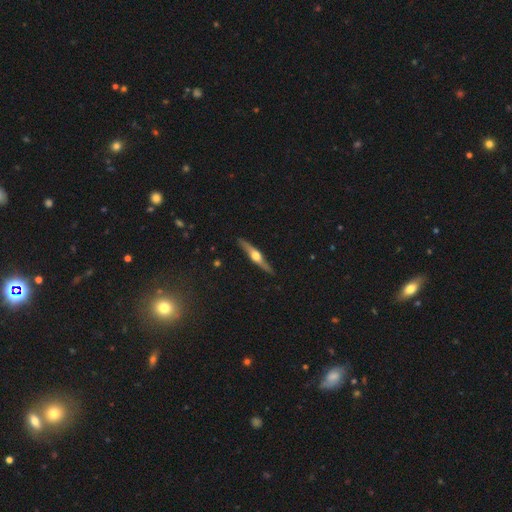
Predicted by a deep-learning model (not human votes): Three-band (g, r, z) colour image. It shows a featured or disk galaxy (74%) viewed edge-on (96%) with a rounded central bulge (94%). Merging: none (89%).